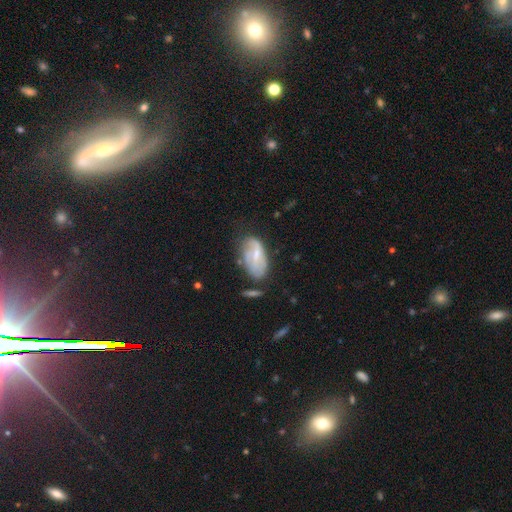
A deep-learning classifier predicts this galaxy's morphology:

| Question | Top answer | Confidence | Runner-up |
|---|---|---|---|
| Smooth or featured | featured or disk | 58% | smooth (35%) |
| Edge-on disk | no | 94% | yes (6%) |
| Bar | weak | 50% | no (36%) |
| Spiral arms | yes | 75% | no (25%) |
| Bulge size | small | 54% | moderate (35%) |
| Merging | none | 54% | minor disturbance (28%) |